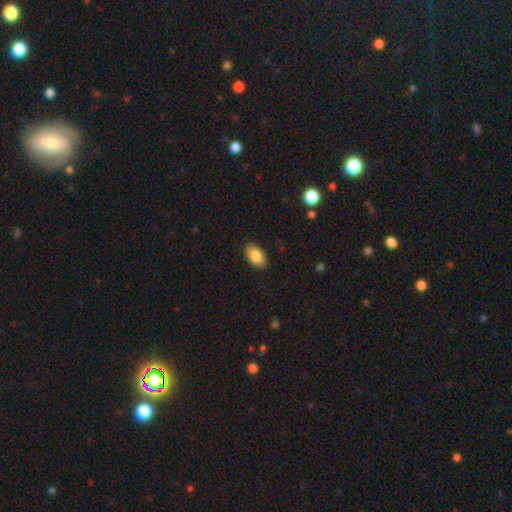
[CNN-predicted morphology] Smooth or featured? Predicted: smooth (p=0.85). How rounded? Predicted: in between (p=0.93). Merging? Predicted: none (p=0.88).